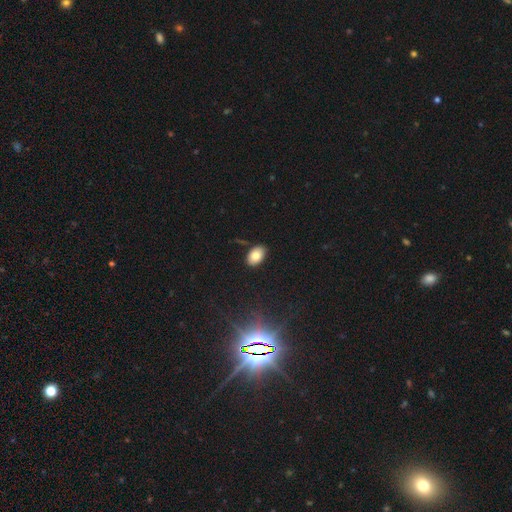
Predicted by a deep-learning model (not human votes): smooth 80%, featured or disk 10%, star or artifact 9%. Down the decision tree: how rounded — in between (89%); merging — none (85%).